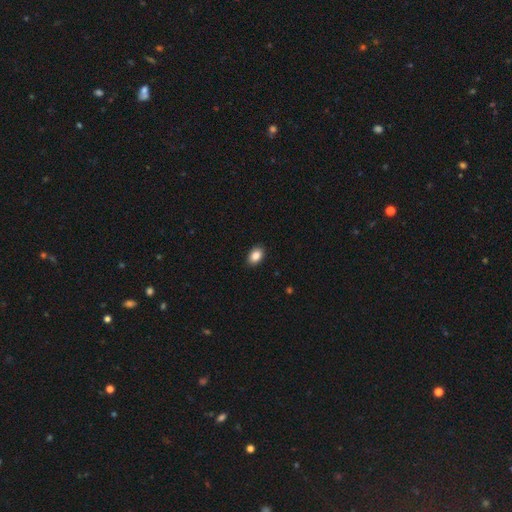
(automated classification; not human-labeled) Q: Smooth or featured?
A: smooth (88%); runner-up: star or artifact (8%)
Q: How rounded?
A: in between (84%); runner-up: round (14%)
Q: Merging?
A: none (90%); runner-up: minor disturbance (7%)